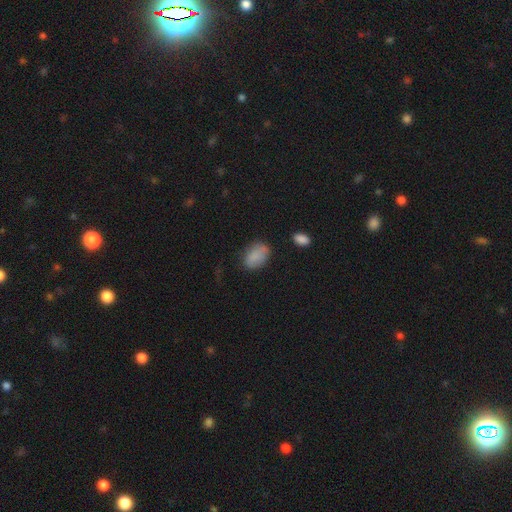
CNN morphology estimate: smooth 85%, star or artifact 8%, featured or disk 7%. Down the decision tree: how rounded — in between (88%); merging — none (72%).